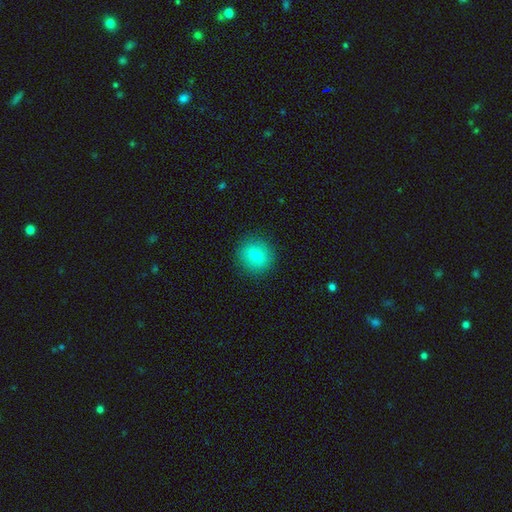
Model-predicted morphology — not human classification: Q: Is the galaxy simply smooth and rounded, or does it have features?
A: smooth — 84%.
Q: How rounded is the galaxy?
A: round — 82%.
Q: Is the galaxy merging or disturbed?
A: none — 87%.